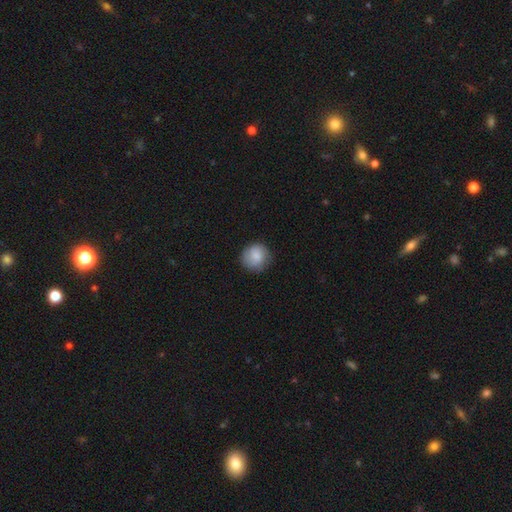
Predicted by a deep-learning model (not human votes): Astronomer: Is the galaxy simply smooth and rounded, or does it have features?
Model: smooth — 78%.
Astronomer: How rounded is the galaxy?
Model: round — 90%.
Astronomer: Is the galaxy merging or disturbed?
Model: none — 78%.